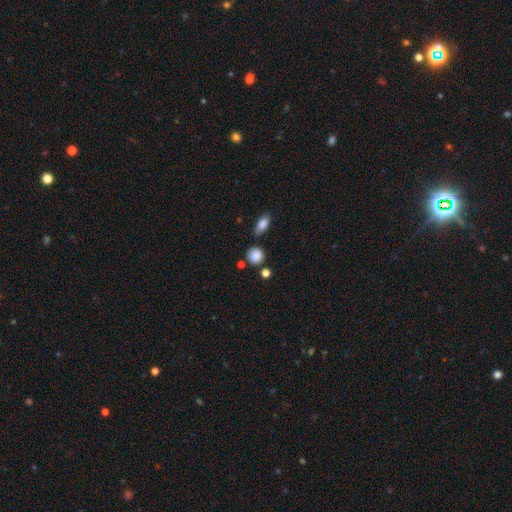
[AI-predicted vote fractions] A smooth galaxy with no disk features (85%) that is round (86%). Merging: none (75%).